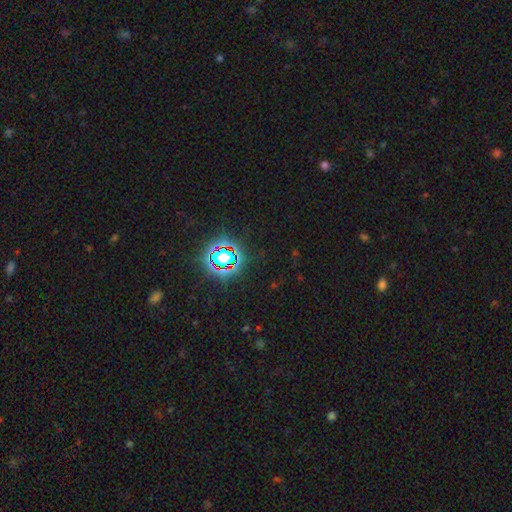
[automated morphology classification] Q: Smooth or featured?
A: star or artifact (77%); runner-up: smooth (15%)